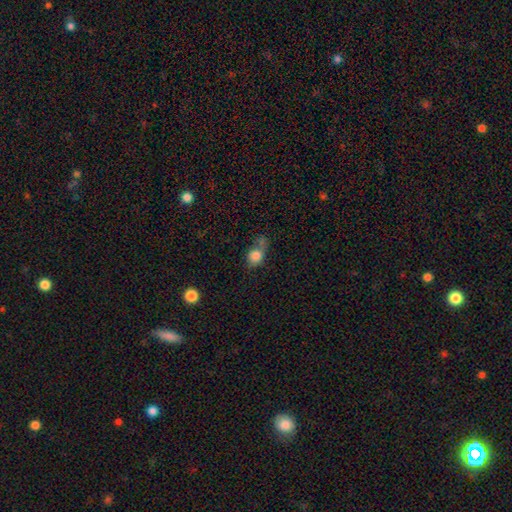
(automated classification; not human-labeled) Smooth or featured? smooth (78%)
How rounded? round (60%)
Merging? none (30%)